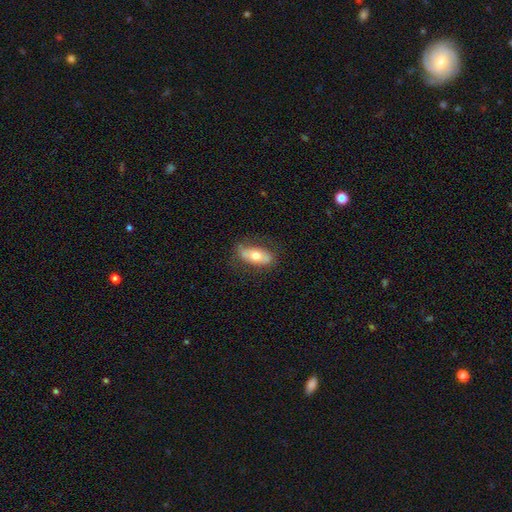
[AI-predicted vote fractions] Morphology: type=smooth (61%); roundness=in between (77%); merging=none (75%).